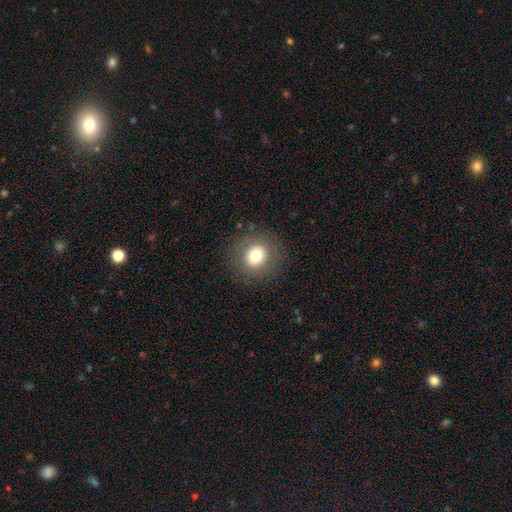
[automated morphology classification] Smooth or featured: smooth — 75% (featured or disk — 13%)
How rounded: round — 87% (in between — 12%)
Merging: none — 87% (minor disturbance — 8%)